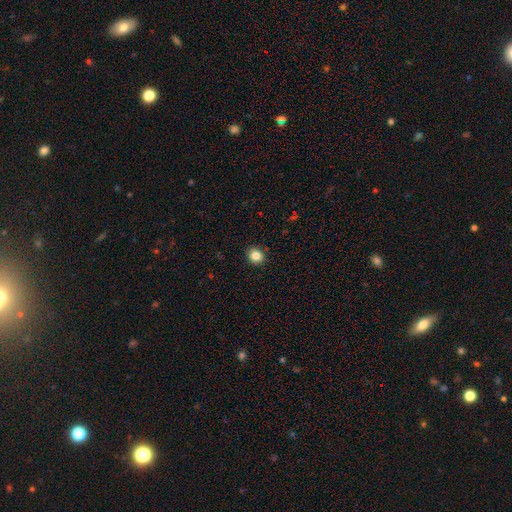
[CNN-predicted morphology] Smooth or featured? Predicted: smooth (p=0.84). How rounded? Predicted: round (p=0.72). Merging? Predicted: none (p=0.91).